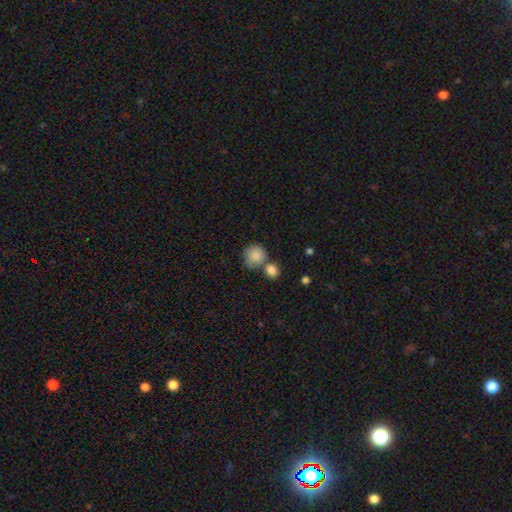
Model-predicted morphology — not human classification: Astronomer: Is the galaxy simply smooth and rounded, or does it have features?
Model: smooth — 86%.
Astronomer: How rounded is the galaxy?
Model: round — 84%.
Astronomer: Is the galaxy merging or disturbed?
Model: none — 50% (runner-up: merger, 32%).